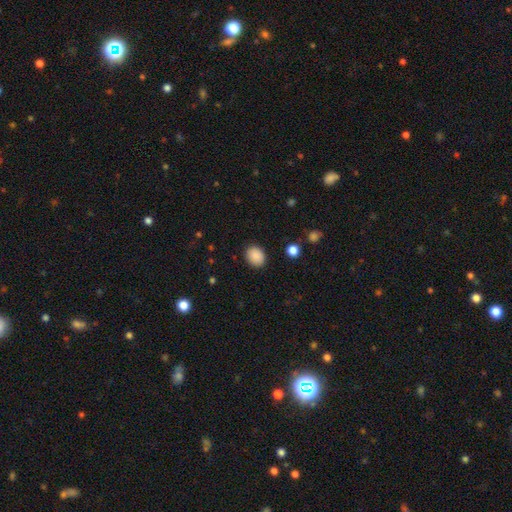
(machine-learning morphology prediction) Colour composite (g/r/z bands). It shows a smooth galaxy with no disk features (89%) that is round (55%). Merging: none (88%).